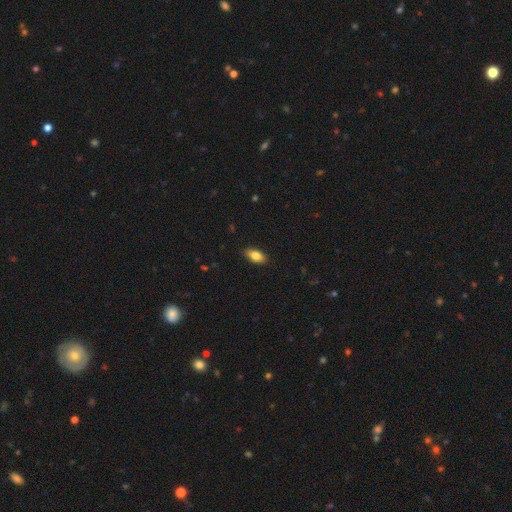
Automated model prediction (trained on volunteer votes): smooth_or_featured: smooth (p=0.84) [alt: featured or disk p=0.09]
how_rounded: in between (p=0.91) [alt: cigar-shaped p=0.05]
merging: none (p=0.88) [alt: minor disturbance p=0.10]